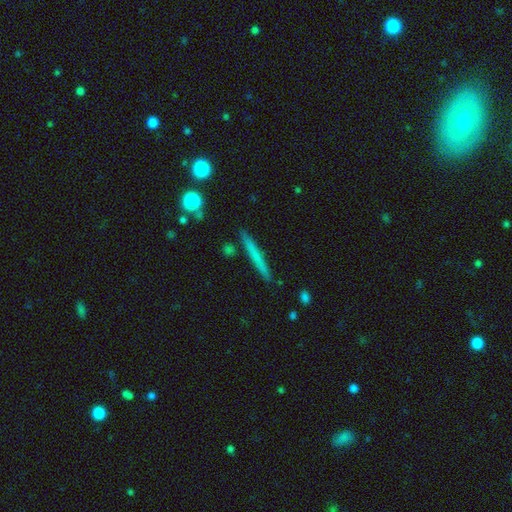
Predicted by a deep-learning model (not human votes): Smooth or featured? smooth (57%)
How rounded? cigar-shaped (96%)
Merging? none (89%)